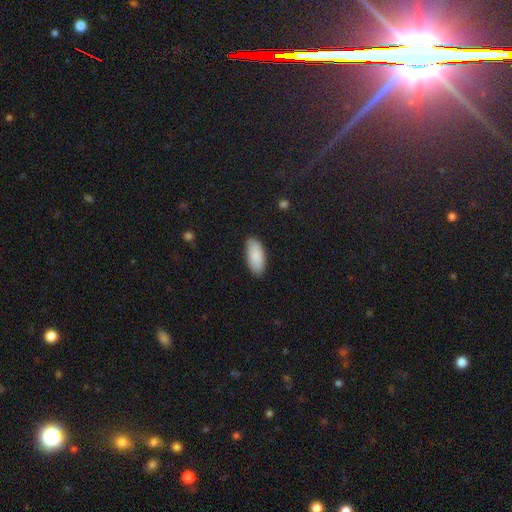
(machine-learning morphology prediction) Smooth or featured? smooth (89%)
How rounded? in between (89%)
Merging? none (87%)